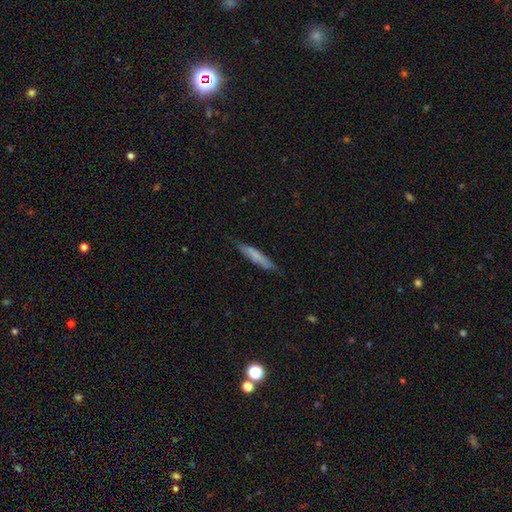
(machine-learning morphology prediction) The model was most divided on "smooth or featured": smooth: 64%, featured or disk: 30%, star or artifact: 6%. More confident: how rounded — cigar-shaped (90%); merging — none (80%).